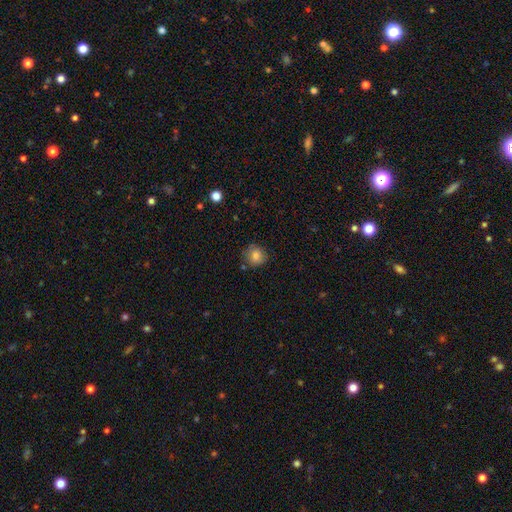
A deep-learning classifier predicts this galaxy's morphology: smooth-or-featured: smooth: 83% | star or artifact: 10% | featured or disk: 7%
  how-rounded: round: 89% | in between: 10% | cigar-shaped: 1%
  merging: none: 79% | minor disturbance: 15% | merger: 3% | major disturbance: 3%